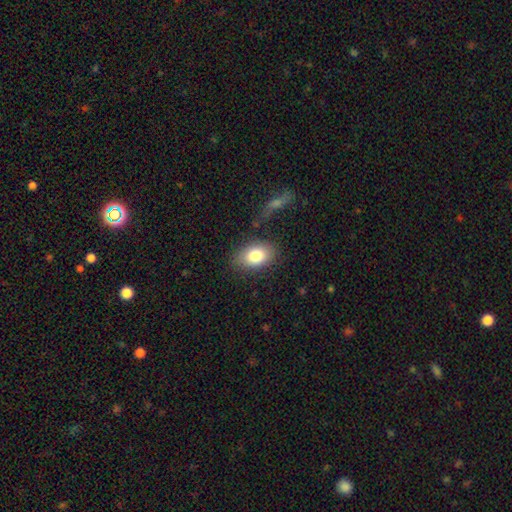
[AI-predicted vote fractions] Smooth or featured?
  - smooth: 81% *
  - featured or disk: 11%
  - star or artifact: 8%
How rounded?
  - in between: 86% *
  - round: 12%
  - cigar-shaped: 2%
Merging?
  - none: 81% *
  - minor disturbance: 13%
  - major disturbance: 4%
  - merger: 3%